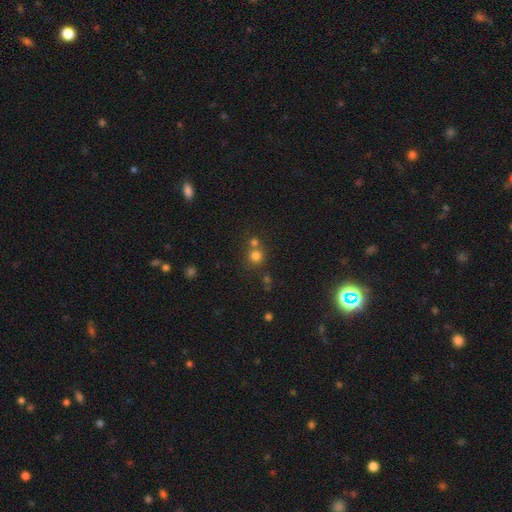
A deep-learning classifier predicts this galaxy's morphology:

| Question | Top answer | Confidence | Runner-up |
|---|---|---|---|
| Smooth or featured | smooth | 76% | star or artifact (16%) |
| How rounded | round | 90% | in between (9%) |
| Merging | none | 57% | merger (34%) |